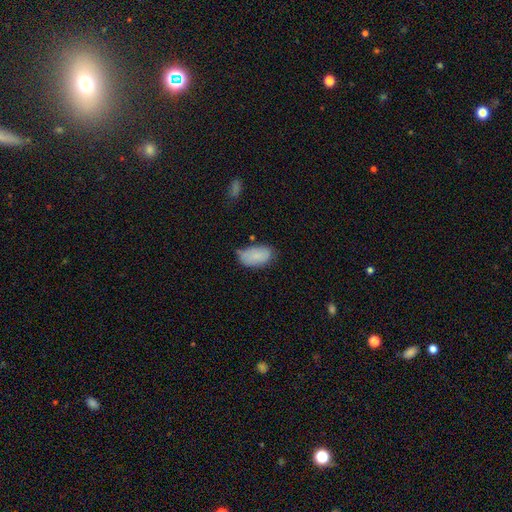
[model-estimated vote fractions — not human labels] Overall: smooth (83%). How rounded: in between (94%). Merging: none (59%; minor disturbance 30%).